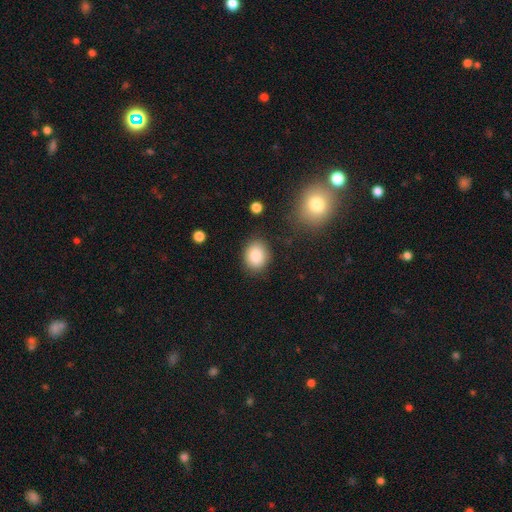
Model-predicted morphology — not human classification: Overall: smooth (85%). How rounded: round (54%; in between 45%). Merging: none (84%).